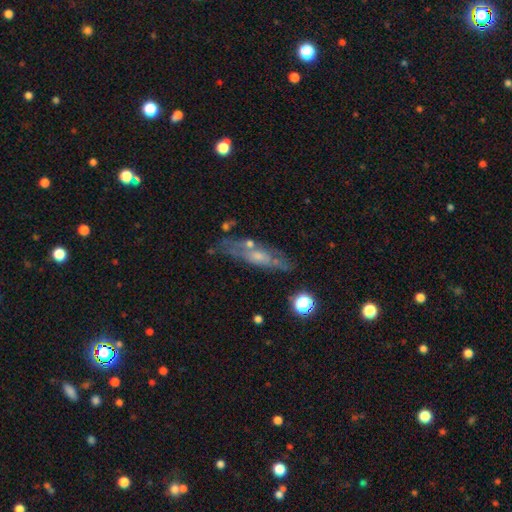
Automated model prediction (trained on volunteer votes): Overall: featured or disk (56%; smooth 34%). Edge-on disk: no (54%; yes 46%). Merging: none (63%).